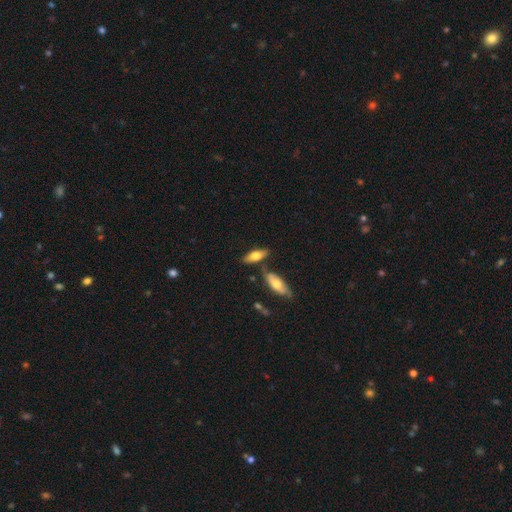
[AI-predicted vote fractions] smooth_or_featured: smooth (p=0.66) [alt: featured or disk p=0.27]
how_rounded: in between (p=0.67) [alt: cigar-shaped p=0.30]
merging: none (p=0.64) [alt: merger p=0.17]